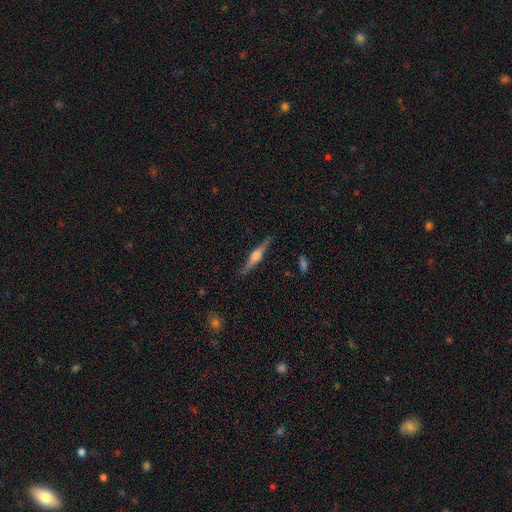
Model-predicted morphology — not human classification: Smooth or featured? Predicted: featured or disk (p=0.73). Edge-on disk? Predicted: yes (p=0.98). Edge-on bulge? Predicted: rounded (p=0.85). Merging? Predicted: none (p=0.89).